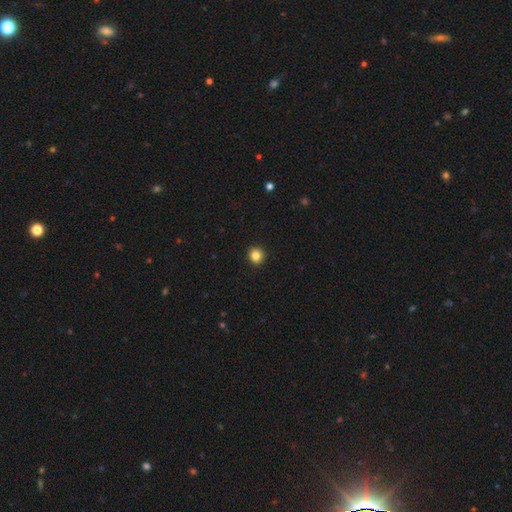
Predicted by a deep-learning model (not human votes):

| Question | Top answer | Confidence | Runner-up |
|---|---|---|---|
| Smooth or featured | smooth | 84% | star or artifact (11%) |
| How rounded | round | 90% | in between (9%) |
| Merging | none | 92% | minor disturbance (5%) |